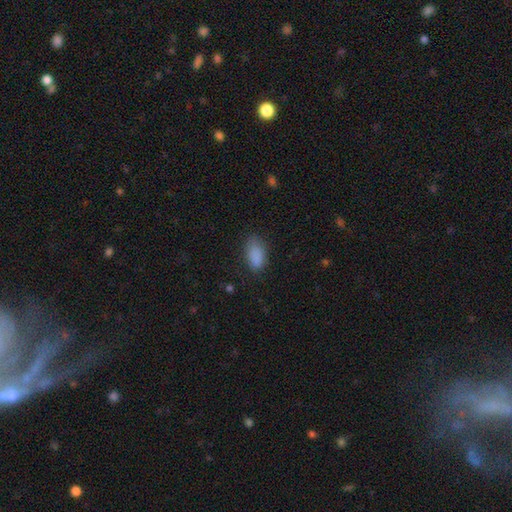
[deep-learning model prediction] Smooth or featured: smooth — 86% (star or artifact — 9%)
How rounded: in between — 92% (round — 5%)
Merging: none — 71% (minor disturbance — 21%)